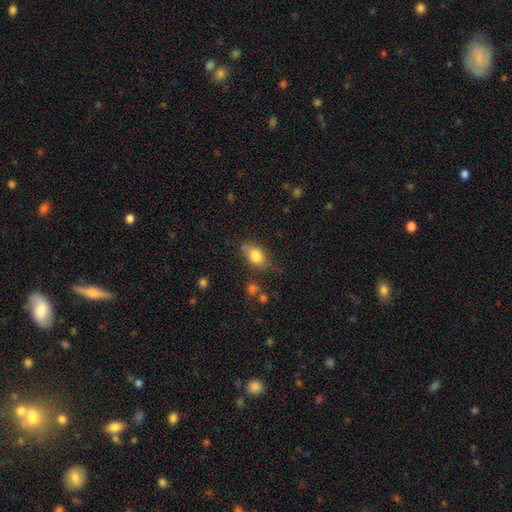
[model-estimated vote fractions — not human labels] This appears to be a smooth galaxy with no disk features (80%) that is in between round and cigar-shaped (80%). Merging: none (59%).